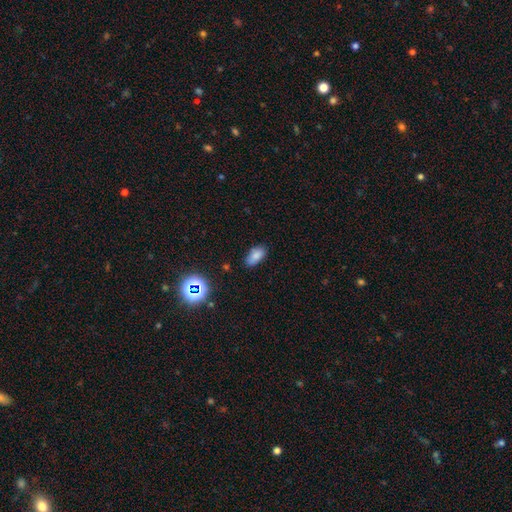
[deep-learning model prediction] smooth 80%, star or artifact 13%, featured or disk 7%. Down the decision tree: how rounded — in between (90%); merging — none (79%).